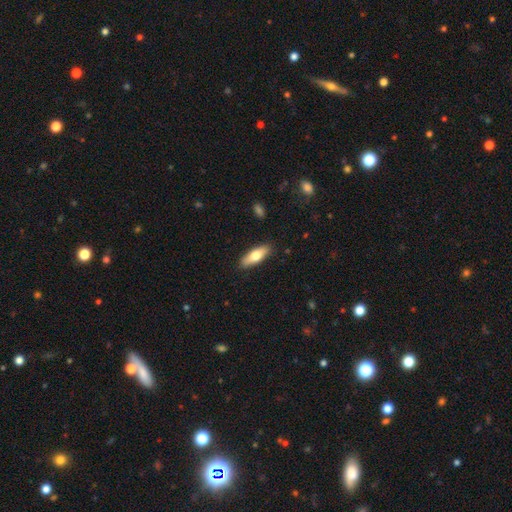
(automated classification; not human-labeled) A smooth galaxy with no disk features (70%) that is in between round and cigar-shaped (59%). Merging: none (88%).